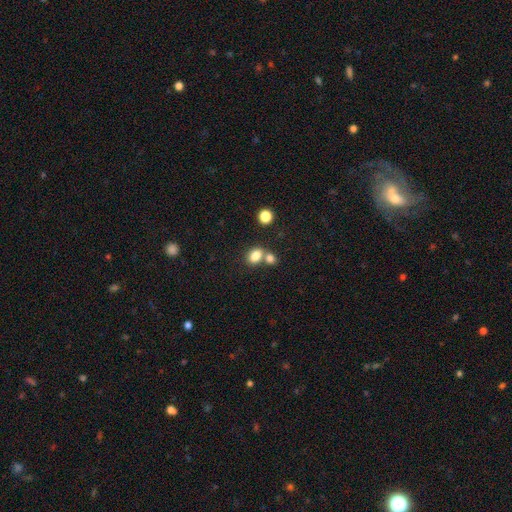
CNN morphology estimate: smooth 82%, star or artifact 11%, featured or disk 7%. Down the decision tree: how rounded — in between (66%); merging — none (46%).